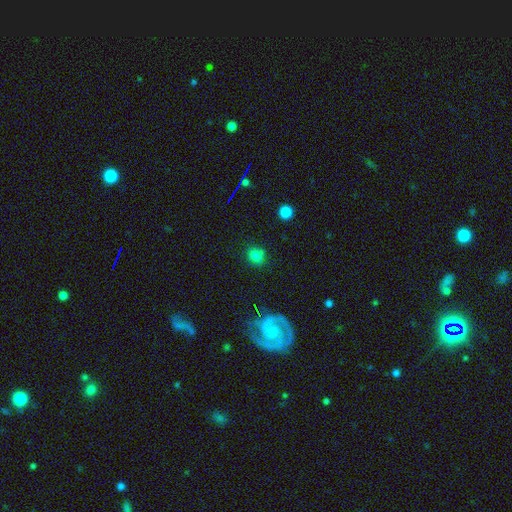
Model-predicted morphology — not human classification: Q: Smooth or featured?
A: smooth (77%); runner-up: star or artifact (16%)
Q: How rounded?
A: round (78%); runner-up: in between (21%)
Q: Merging?
A: none (83%); runner-up: minor disturbance (11%)